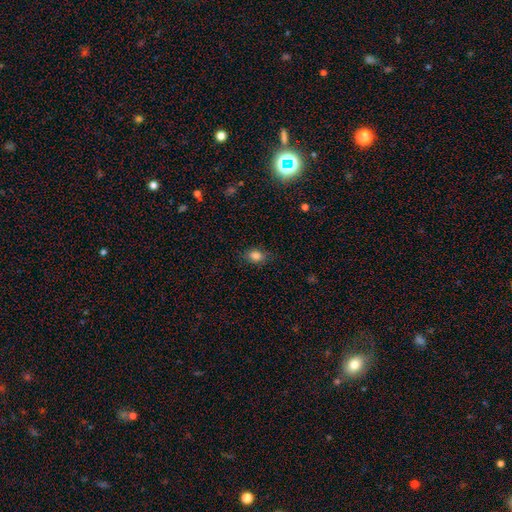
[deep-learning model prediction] smooth_or_featured: smooth (p=0.84) [alt: star or artifact p=0.10]
how_rounded: in between (p=0.76) [alt: round p=0.23]
merging: none (p=0.81) [alt: minor disturbance p=0.15]